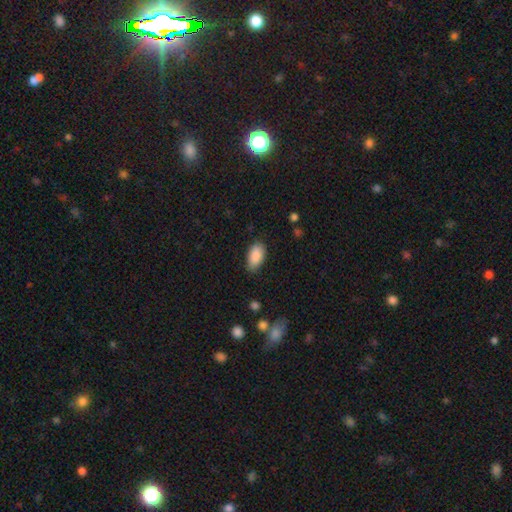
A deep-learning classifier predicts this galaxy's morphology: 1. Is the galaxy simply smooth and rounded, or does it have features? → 89% smooth, 7% star or artifact, 5% featured or disk.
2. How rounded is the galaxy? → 94% in between, 3% round, 3% cigar-shaped.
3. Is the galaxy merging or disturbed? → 79% none, 16% minor disturbance, 3% major disturbance, 1% merger.